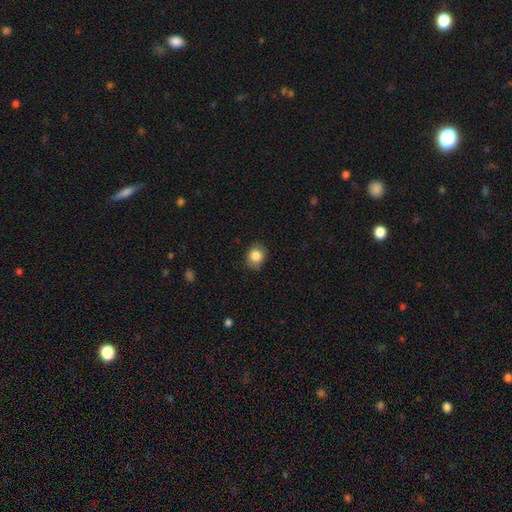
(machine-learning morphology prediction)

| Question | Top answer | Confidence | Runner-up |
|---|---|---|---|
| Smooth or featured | smooth | 84% | star or artifact (9%) |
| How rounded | round | 63% | in between (36%) |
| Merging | none | 84% | minor disturbance (13%) |